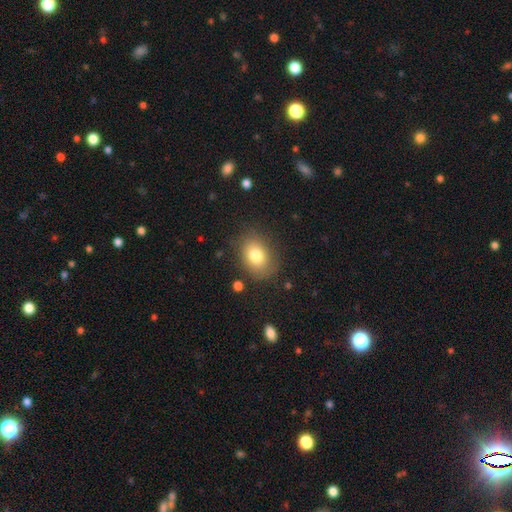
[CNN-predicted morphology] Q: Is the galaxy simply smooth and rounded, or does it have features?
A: smooth — 78%.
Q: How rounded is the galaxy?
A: in between — 69%.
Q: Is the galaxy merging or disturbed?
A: none — 77%.